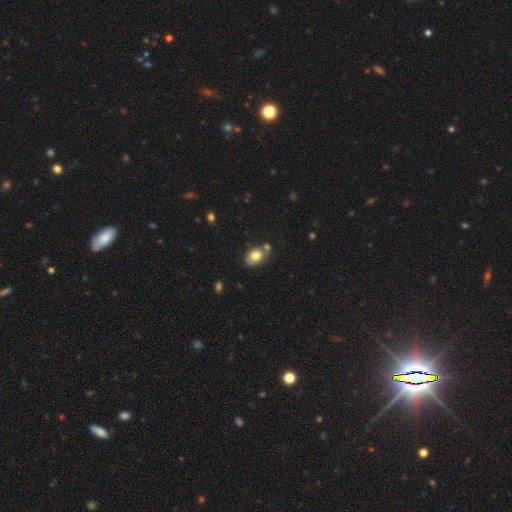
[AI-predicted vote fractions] This is likely a smooth galaxy (75%). How rounded: likely in between (66%). Merging: possibly none (59%).